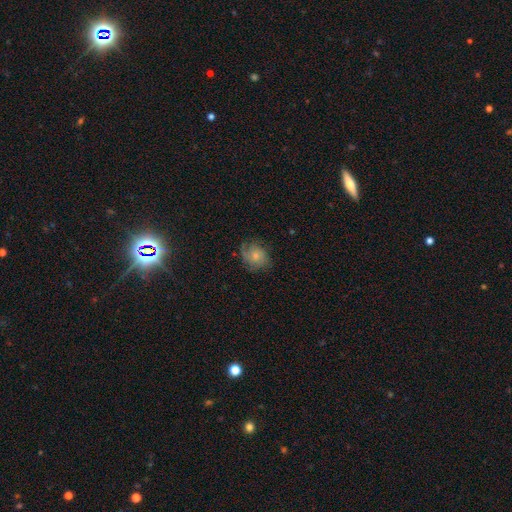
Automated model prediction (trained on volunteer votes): Smooth or featured? smooth (48%)
Merging? none (68%)